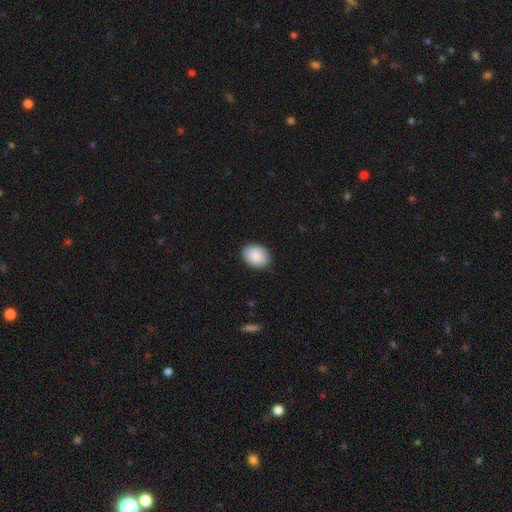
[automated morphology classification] Smooth or featured: smooth — 87% (featured or disk — 6%)
How rounded: in between — 72% (round — 27%)
Merging: none — 84% (minor disturbance — 13%)